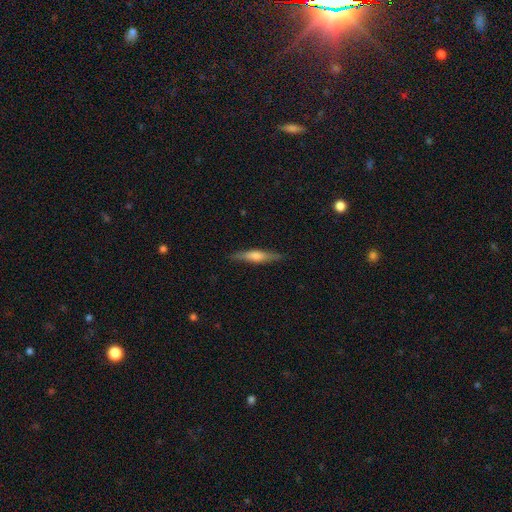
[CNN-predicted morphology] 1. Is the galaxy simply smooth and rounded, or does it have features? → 59% featured or disk, 35% smooth, 6% star or artifact.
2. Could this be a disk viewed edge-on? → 96% yes, 4% no.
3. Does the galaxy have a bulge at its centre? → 76% rounded, 16% boxy, 8% none.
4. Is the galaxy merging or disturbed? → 88% none, 9% minor disturbance, 2% major disturbance, 1% merger.